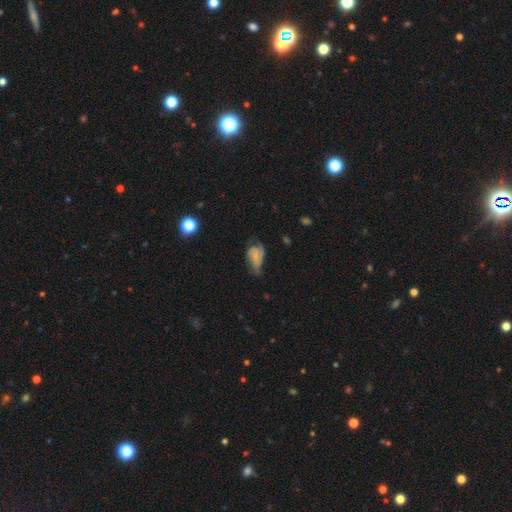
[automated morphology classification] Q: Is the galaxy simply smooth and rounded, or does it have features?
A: smooth — 50%.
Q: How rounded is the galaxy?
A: in between — 84%.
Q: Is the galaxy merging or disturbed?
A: minor disturbance — 35%, tied with major disturbance.